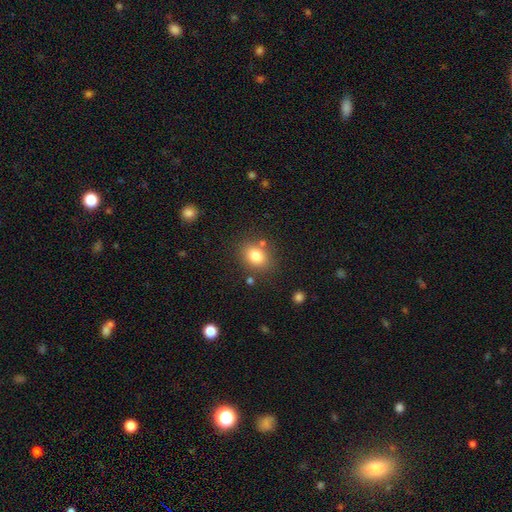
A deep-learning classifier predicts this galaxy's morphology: The model was most divided on "how rounded": round: 50%, in between: 49%, cigar-shaped: 1%. More confident: smooth or featured — smooth (80%); merging — none (78%).